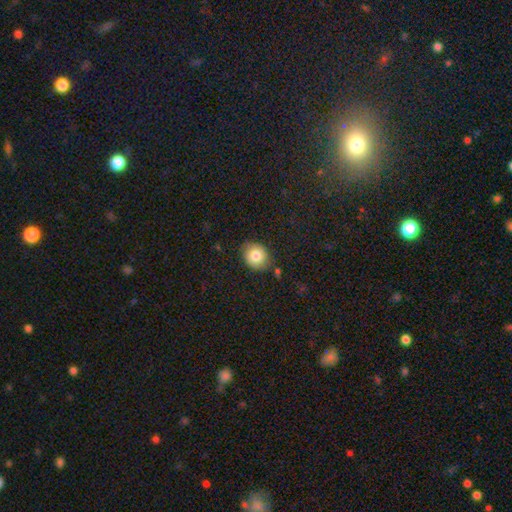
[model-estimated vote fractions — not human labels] smooth-or-featured: smooth: 80% | featured or disk: 11% | star or artifact: 9%
  how-rounded: round: 75% | in between: 24% | cigar-shaped: 1%
  merging: none: 80% | minor disturbance: 14% | major disturbance: 3% | merger: 2%